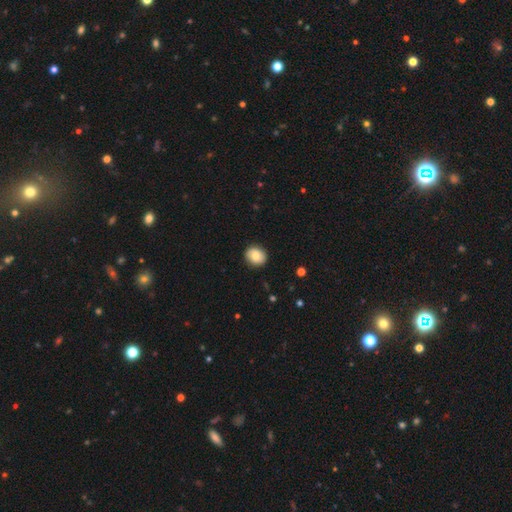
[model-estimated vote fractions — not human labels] This appears to be a smooth galaxy with no disk features (75%) that is round (77%). Merging: none (88%).